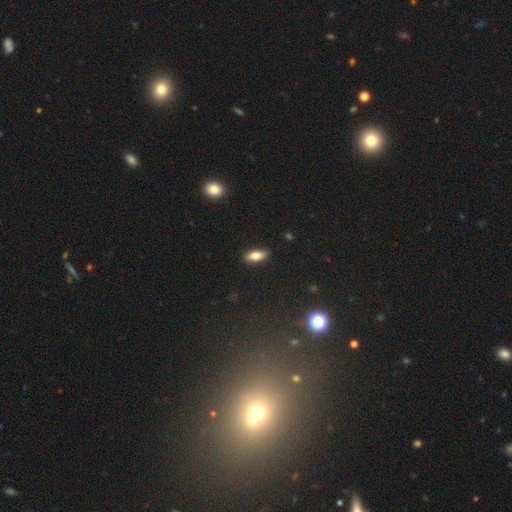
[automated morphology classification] This appears to be a smooth galaxy with no disk features (82%) that is in between round and cigar-shaped (84%). Merging: none (89%).